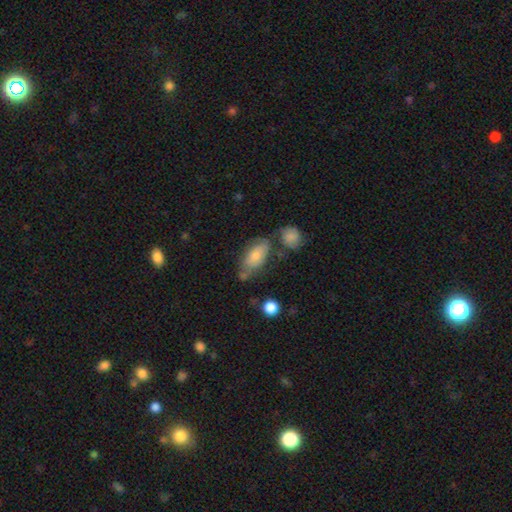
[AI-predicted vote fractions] This appears to be a smooth galaxy with no disk features (68%) that is in between round and cigar-shaped (86%). Merging: none (55%).